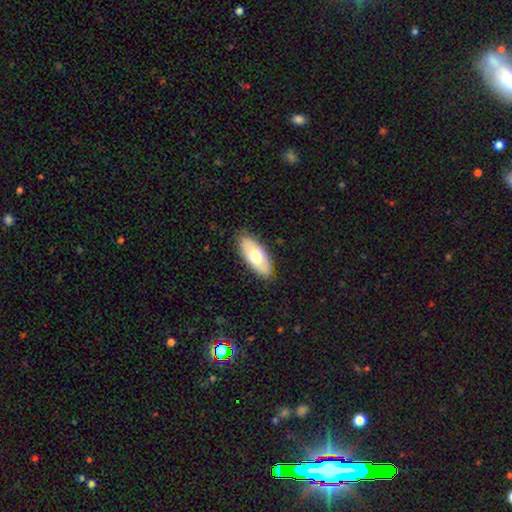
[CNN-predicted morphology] smooth_or_featured: smooth (p=0.63) [alt: featured or disk p=0.31]
how_rounded: in between (p=0.88) [alt: cigar-shaped p=0.09]
merging: none (p=0.86) [alt: minor disturbance p=0.11]